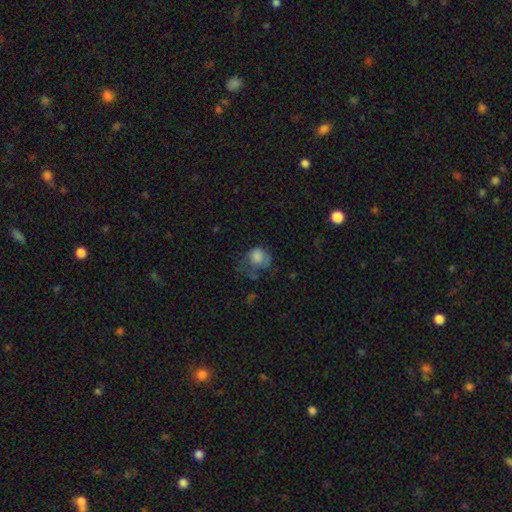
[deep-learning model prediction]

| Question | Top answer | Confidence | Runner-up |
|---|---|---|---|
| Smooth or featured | smooth | 68% | featured or disk (20%) |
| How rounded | round | 66% | in between (33%) |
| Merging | major disturbance | 36% | none (34%) |